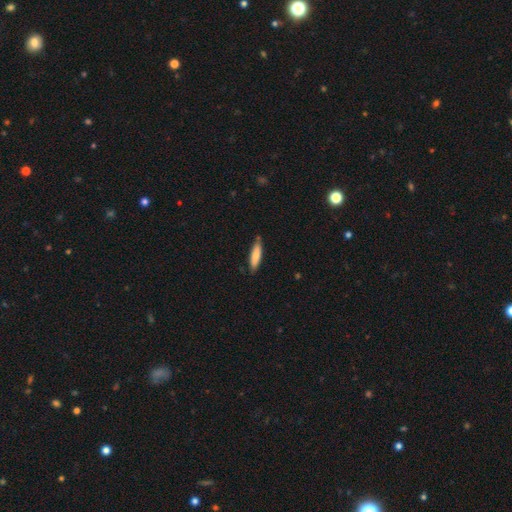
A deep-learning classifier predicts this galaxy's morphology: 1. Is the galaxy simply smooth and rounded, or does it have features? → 81% smooth, 14% featured or disk, 5% star or artifact.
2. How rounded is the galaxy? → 76% cigar-shaped, 23% in between, 1% round.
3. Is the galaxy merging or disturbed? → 81% none, 15% minor disturbance, 2% major disturbance, 1% merger.